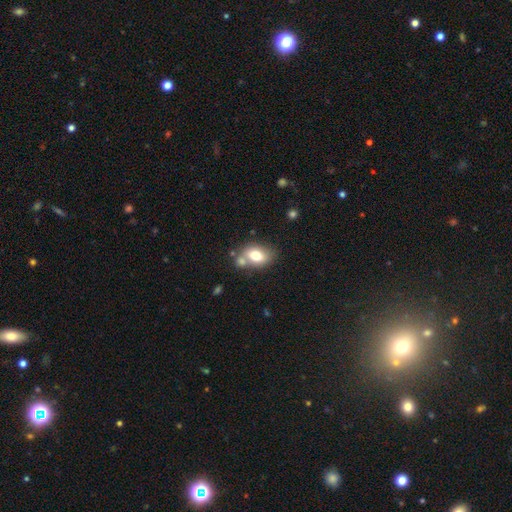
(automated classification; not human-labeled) Smooth or featured: smooth — 73% (featured or disk — 18%)
How rounded: in between — 80% (round — 18%)
Merging: none — 54% (merger — 26%)